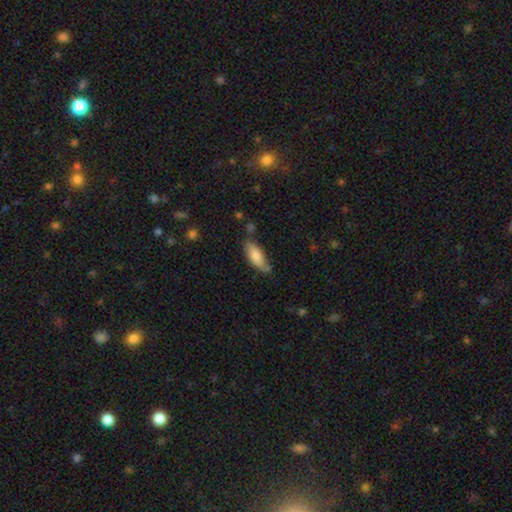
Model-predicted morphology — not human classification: Q: Smooth or featured?
A: smooth (78%); runner-up: featured or disk (15%)
Q: How rounded?
A: in between (74%); runner-up: cigar-shaped (24%)
Q: Merging?
A: none (66%); runner-up: minor disturbance (22%)